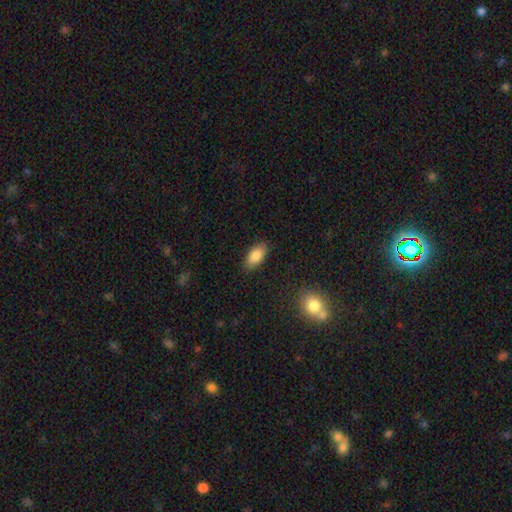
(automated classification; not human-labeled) Smooth or featured: smooth — 86% (star or artifact — 7%)
How rounded: in between — 91% (cigar-shaped — 6%)
Merging: none — 87% (minor disturbance — 10%)